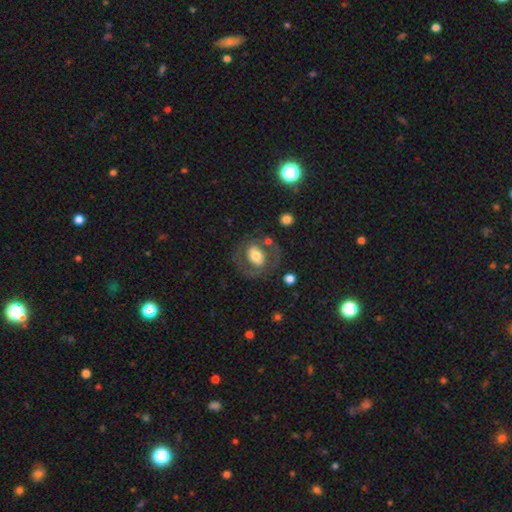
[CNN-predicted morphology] featured or disk 47%, smooth 45%, star or artifact 7%. Down the decision tree: merging — none (65%).